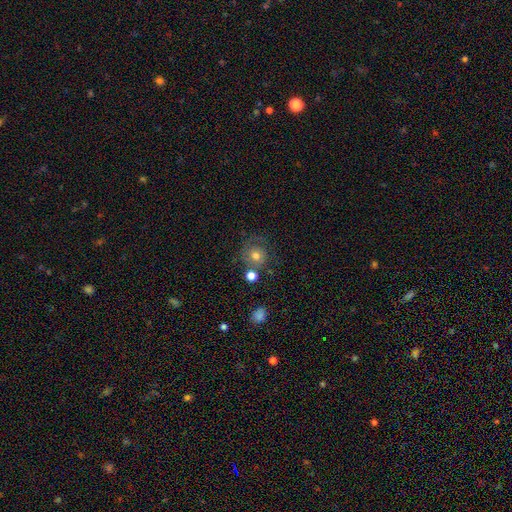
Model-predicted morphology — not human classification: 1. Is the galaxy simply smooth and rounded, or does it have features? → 68% smooth, 20% featured or disk, 13% star or artifact.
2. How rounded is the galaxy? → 87% round, 12% in between, 1% cigar-shaped.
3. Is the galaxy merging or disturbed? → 62% none, 17% minor disturbance, 12% merger, 10% major disturbance.